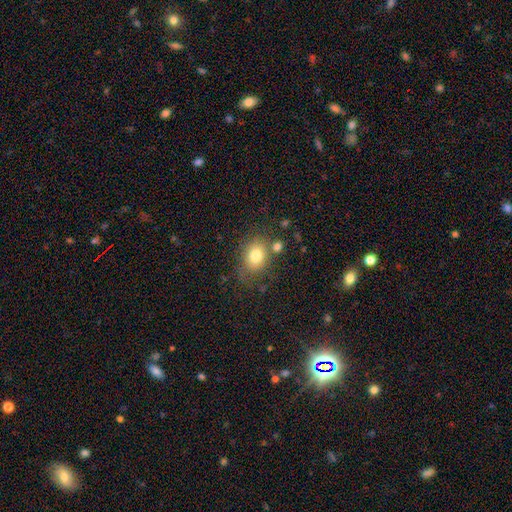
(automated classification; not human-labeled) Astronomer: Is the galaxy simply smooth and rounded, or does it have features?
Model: smooth — 78%.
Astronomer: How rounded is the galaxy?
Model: in between — 59% (runner-up: round, 40%).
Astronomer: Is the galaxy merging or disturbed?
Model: none — 66%.